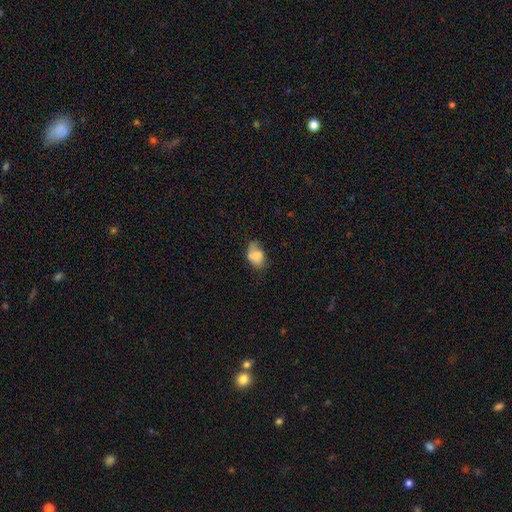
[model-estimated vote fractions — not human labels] A smooth galaxy with no disk features (69%) that is in between round and cigar-shaped (81%). Merging: none (37%).